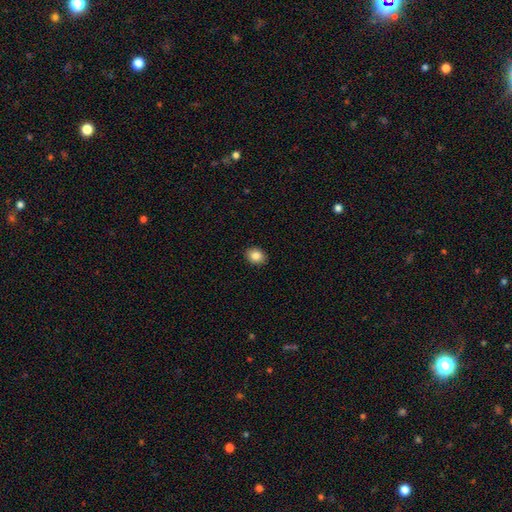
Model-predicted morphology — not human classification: The model was most divided on "how rounded": in between: 50%, round: 49%, cigar-shaped: 1%. More confident: merging — none (90%); smooth or featured — smooth (85%).